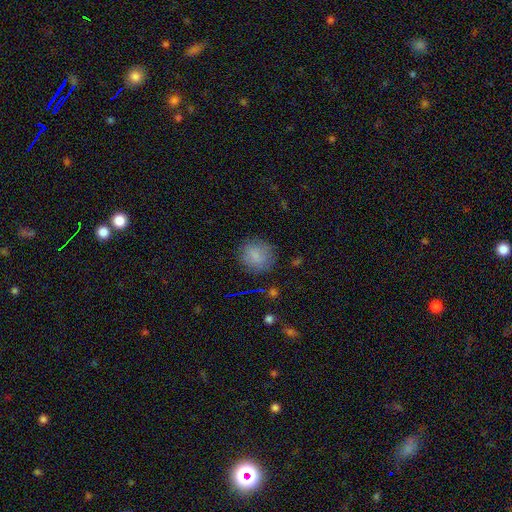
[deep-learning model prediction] Overall: smooth (80%). How rounded: round (86%). Merging: none (83%).